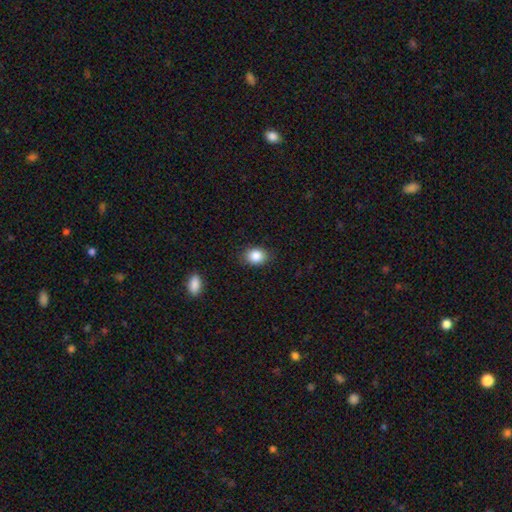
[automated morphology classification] A smooth galaxy with no disk features (86%) that is in between round and cigar-shaped (58%). Merging: none (85%).